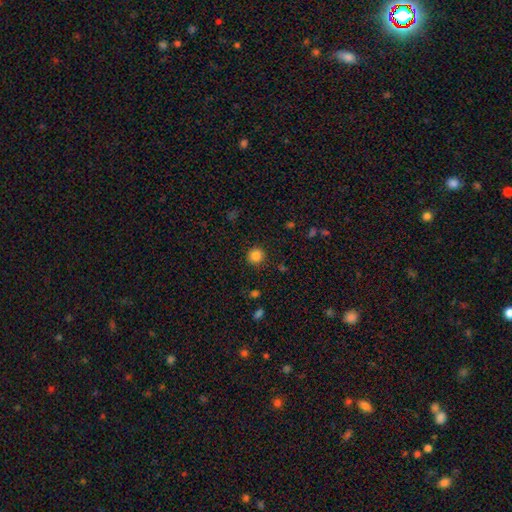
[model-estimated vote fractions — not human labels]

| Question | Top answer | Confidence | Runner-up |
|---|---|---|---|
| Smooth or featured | smooth | 85% | star or artifact (12%) |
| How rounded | round | 93% | in between (6%) |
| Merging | none | 90% | minor disturbance (6%) |